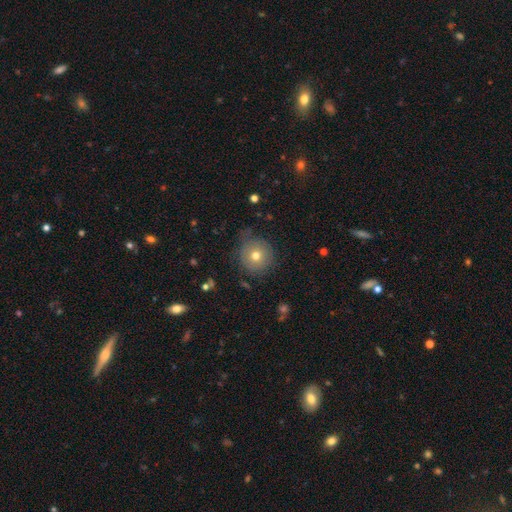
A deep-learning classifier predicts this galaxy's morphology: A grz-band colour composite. It shows a smooth galaxy with no disk features (70%) that is round (93%). Merging: none (72%).